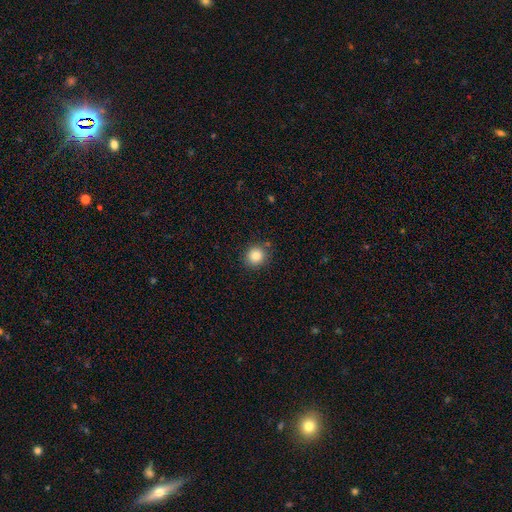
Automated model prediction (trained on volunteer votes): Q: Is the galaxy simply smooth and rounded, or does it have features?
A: smooth — 86%.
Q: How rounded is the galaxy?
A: round — 87%.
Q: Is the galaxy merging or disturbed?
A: none — 84%.